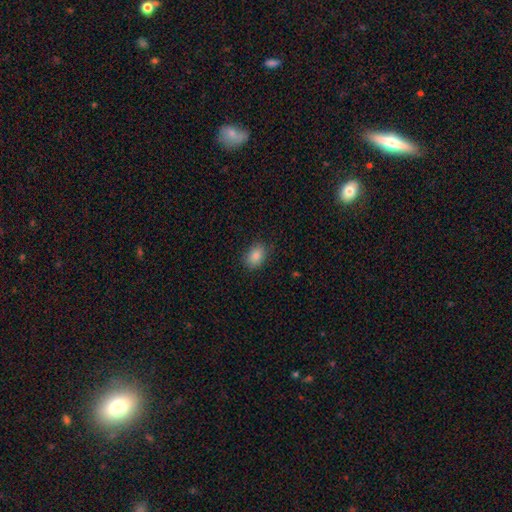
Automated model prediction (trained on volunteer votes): smooth_or_featured: smooth (p=0.85) [alt: star or artifact p=0.10]
how_rounded: in between (p=0.75) [alt: round p=0.24]
merging: none (p=0.86) [alt: minor disturbance p=0.11]